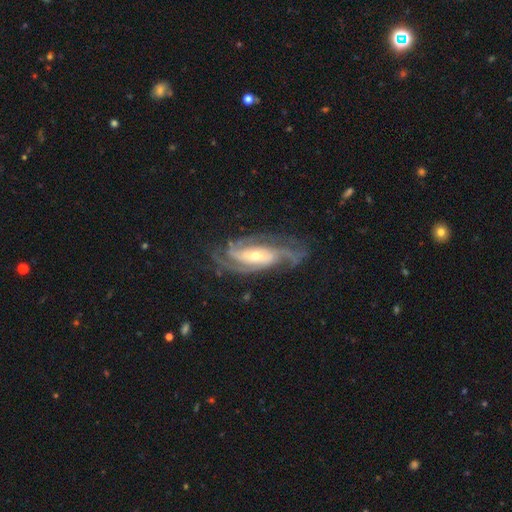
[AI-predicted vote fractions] Smooth or featured? featured or disk (90%)
Edge-on disk? no (95%)
Bar? no (55%)
Spiral arms? yes (98%)
Spiral winding? tight (52%)
Spiral arm count? 3 (35%)
Bulge size? small (55%)
Merging? none (71%)